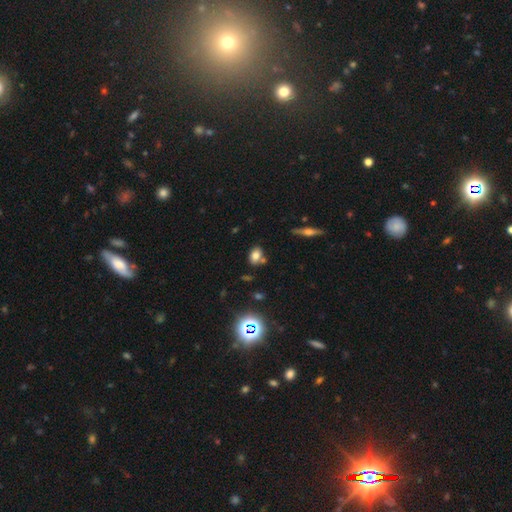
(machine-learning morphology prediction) Smooth or featured: smooth — 74% (star or artifact — 15%)
How rounded: in between — 77% (round — 21%)
Merging: none — 71% (minor disturbance — 13%)